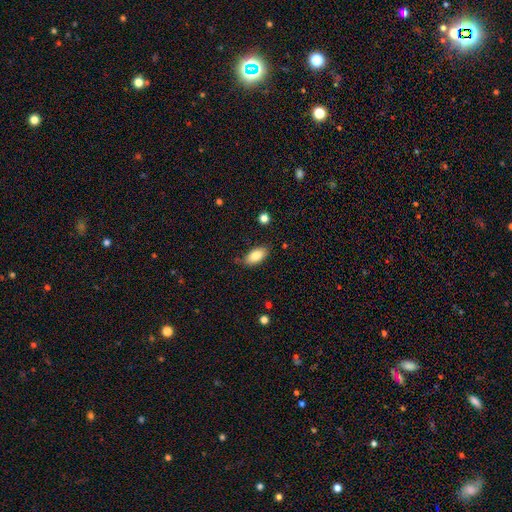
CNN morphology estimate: A smooth galaxy with no disk features (82%) that is in between round and cigar-shaped (91%). Merging: none (80%).